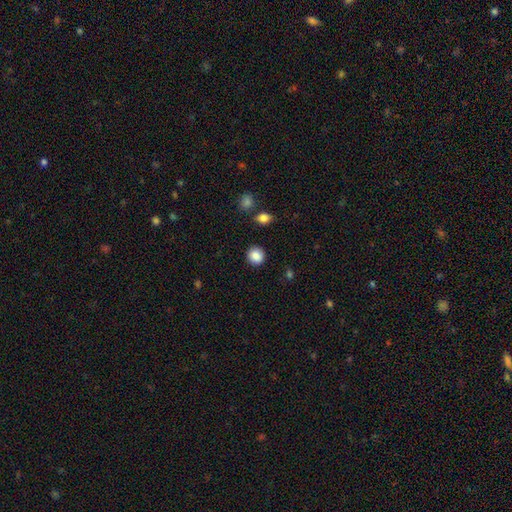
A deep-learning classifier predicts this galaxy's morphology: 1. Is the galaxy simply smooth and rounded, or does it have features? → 87% smooth, 9% star or artifact, 4% featured or disk.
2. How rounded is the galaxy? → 89% round, 10% in between, 1% cigar-shaped.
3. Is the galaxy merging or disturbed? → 90% none, 6% minor disturbance, 2% major disturbance, 2% merger.